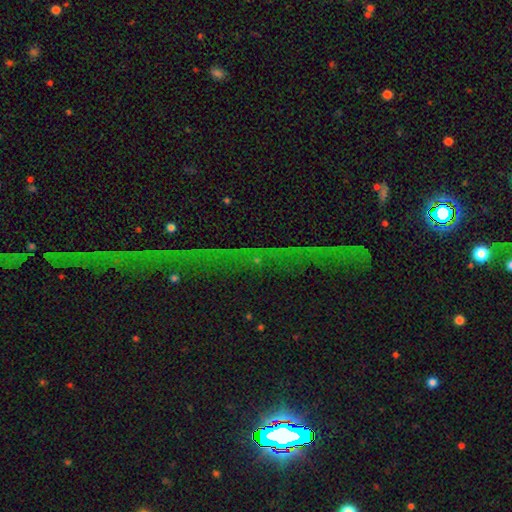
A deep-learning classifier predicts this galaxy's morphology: This is clearly a star or artifact rather than a galaxy (82%).